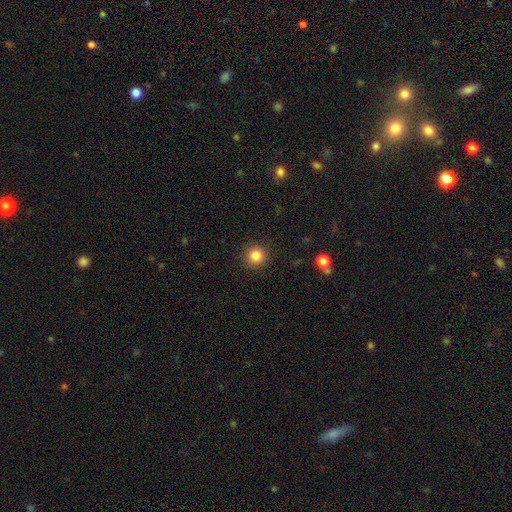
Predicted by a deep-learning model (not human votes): Q: Smooth or featured?
A: smooth (85%); runner-up: star or artifact (11%)
Q: How rounded?
A: round (95%); runner-up: in between (4%)
Q: Merging?
A: none (92%); runner-up: minor disturbance (5%)